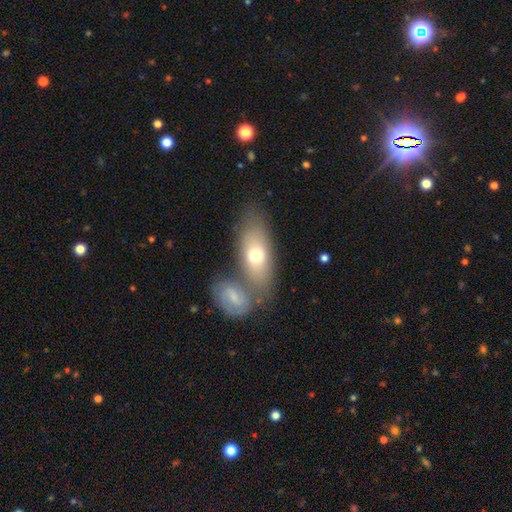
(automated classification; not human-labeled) Smooth or featured? Predicted: smooth (p=0.66). How rounded? Predicted: in between (p=0.81). Merging? Predicted: none (p=0.48).